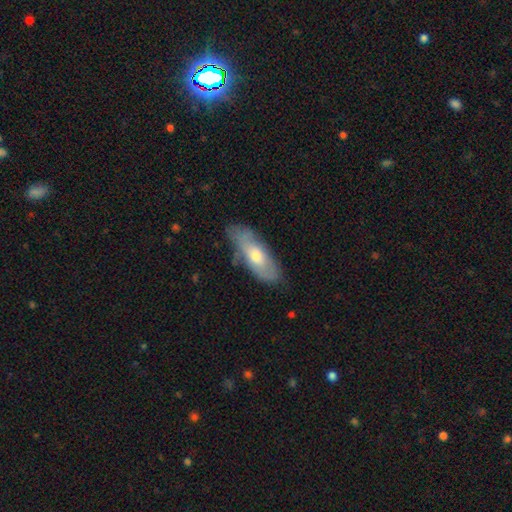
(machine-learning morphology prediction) Q: Smooth or featured?
A: smooth (56%); runner-up: featured or disk (38%)
Q: How rounded?
A: in between (68%); runner-up: cigar-shaped (30%)
Q: Merging?
A: none (68%); runner-up: minor disturbance (24%)